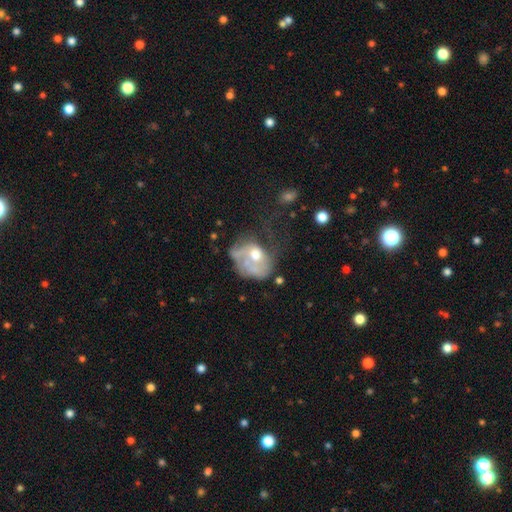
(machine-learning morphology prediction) Smooth or featured?
  - featured or disk: 54% *
  - smooth: 36%
  - star or artifact: 9%
Edge-on disk?
  - no: 97% *
  - yes: 3%
Bar?
  - no: 86% *
  - weak: 12%
  - strong: 2%
Spiral arms?
  - no: 76% *
  - yes: 24%
Bulge size?
  - moderate: 62% *
  - large: 15%
  - small: 14%
  - none: 7%
  - dominant: 2%
Merging?
  - major disturbance: 47% *
  - none: 20%
  - minor disturbance: 18%
  - merger: 15%